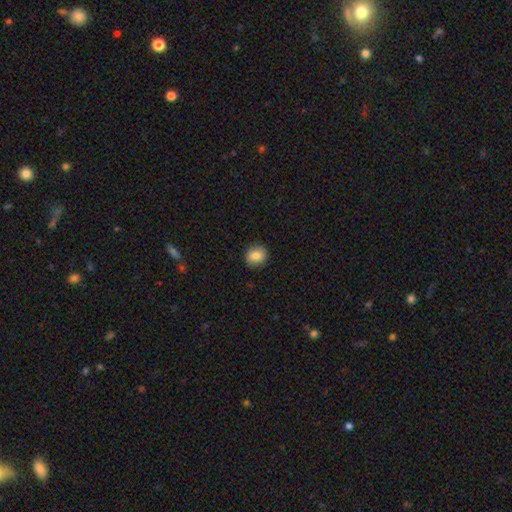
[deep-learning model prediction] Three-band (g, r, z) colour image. It shows a smooth galaxy with no disk features (81%) that is round (75%). Merging: none (89%).